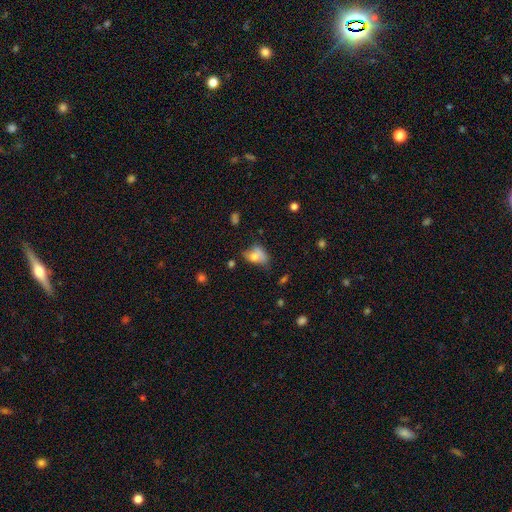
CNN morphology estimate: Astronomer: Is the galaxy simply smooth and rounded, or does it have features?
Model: smooth — 67%.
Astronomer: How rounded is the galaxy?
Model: in between — 75%.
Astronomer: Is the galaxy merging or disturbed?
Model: minor disturbance — 31% (runner-up: none, 30%).